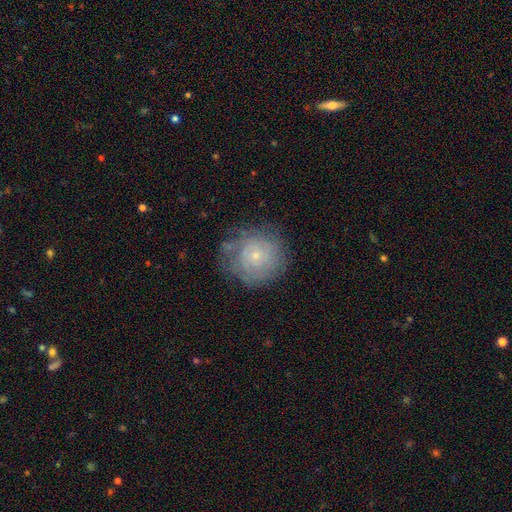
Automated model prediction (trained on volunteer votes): Smooth or featured? Predicted: featured or disk (p=0.47). Merging? Predicted: none (p=0.69).